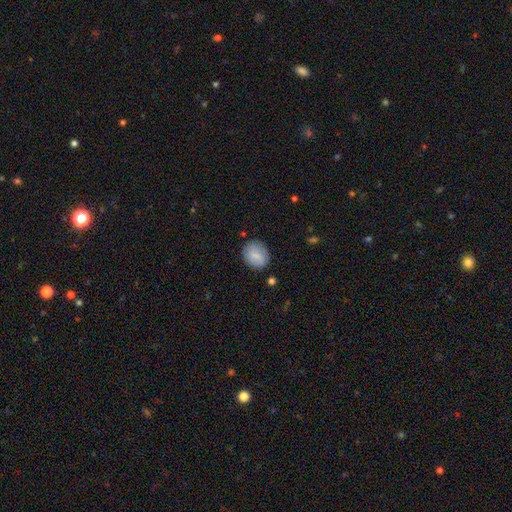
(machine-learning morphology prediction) Smooth or featured? Predicted: smooth (p=0.78). How rounded? Predicted: round (p=0.58). Merging? Predicted: none (p=0.79).